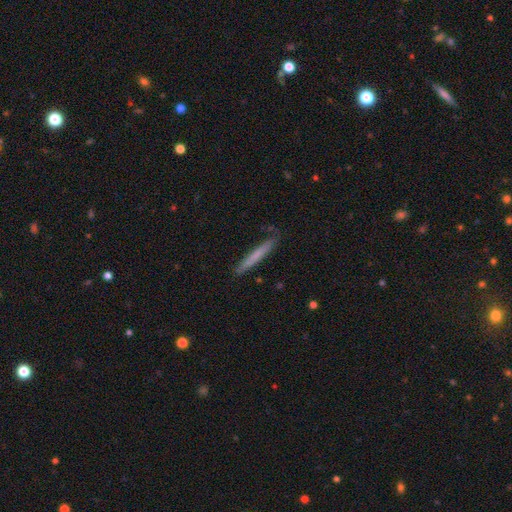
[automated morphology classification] The model was most divided on "smooth or featured": smooth: 67%, featured or disk: 27%, star or artifact: 6%. More confident: how rounded — cigar-shaped (96%); merging — none (83%).